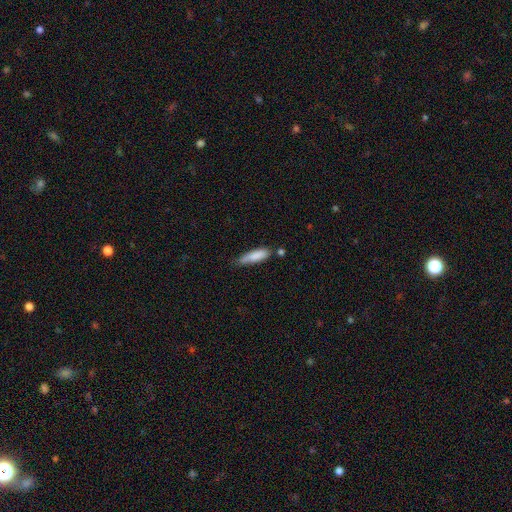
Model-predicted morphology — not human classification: A smooth galaxy with no disk features (84%) that is cigar-shaped (66%). Merging: none (60%).